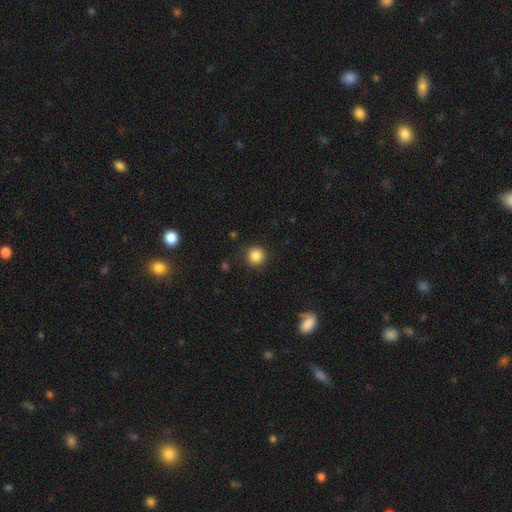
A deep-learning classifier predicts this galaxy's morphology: Smooth or featured? Predicted: smooth (p=0.86). How rounded? Predicted: round (p=0.94). Merging? Predicted: none (p=0.86).